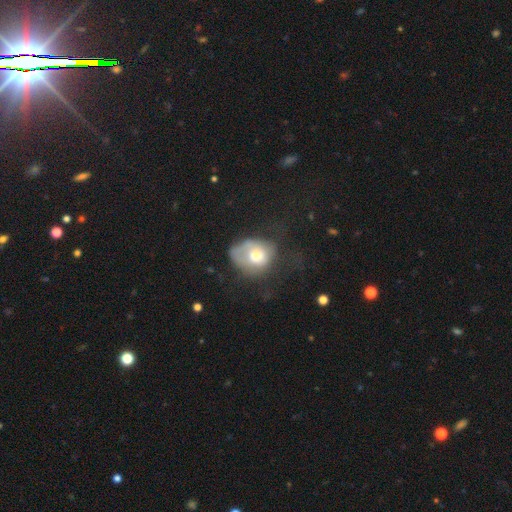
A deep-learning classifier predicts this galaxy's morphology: Smooth or featured? smooth (61%)
How rounded? round (56%)
Merging? major disturbance (37%)